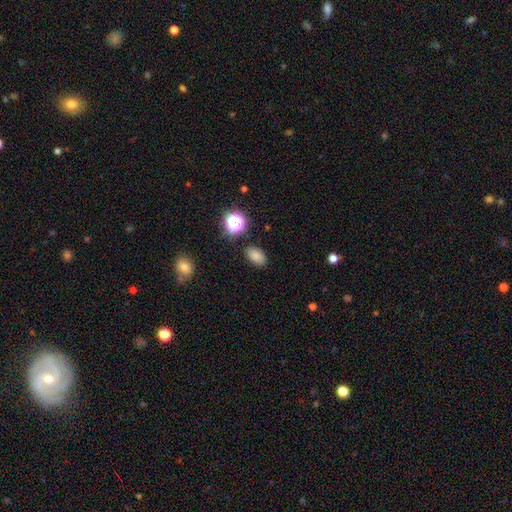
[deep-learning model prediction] Morphology: type=smooth (80%); roundness=in between (86%); merging=none (84%).